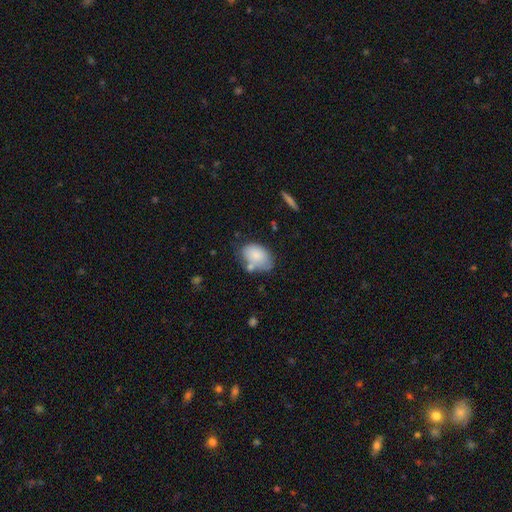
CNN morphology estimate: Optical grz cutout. It shows a smooth galaxy with no disk features (81%) that is in between round and cigar-shaped (87%). Merging: none (53%).